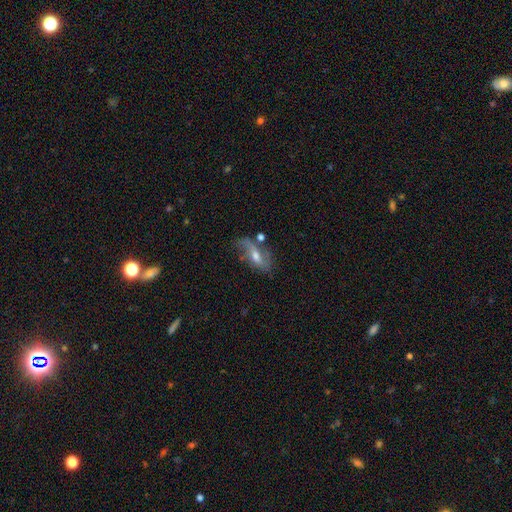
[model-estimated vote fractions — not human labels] The model was most divided on "bar": no: 42%, weak: 39%, strong: 19%. More confident: edge-on disk — no (83%); spiral arms — yes (79%); smooth or featured — featured or disk (63%); bulge size — moderate (63%); merging — none (52%).